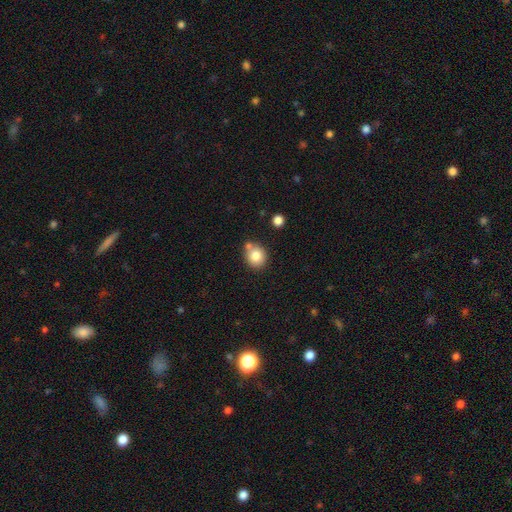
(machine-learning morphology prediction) type=smooth (81%); roundness=round (78%); merging=none (62%).